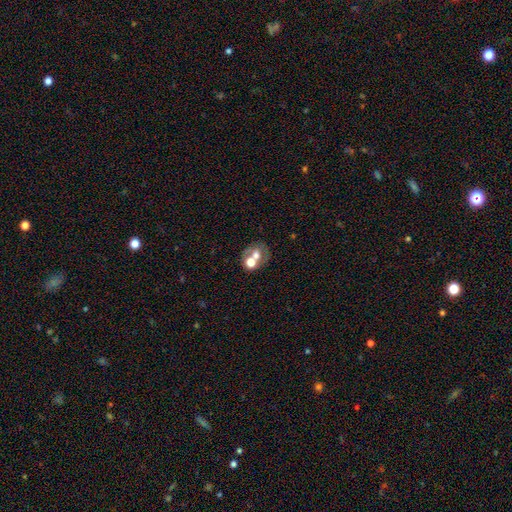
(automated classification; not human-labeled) This is possibly a smooth galaxy (54%). How rounded: likely round (64%). Merging: possibly merger (45%).